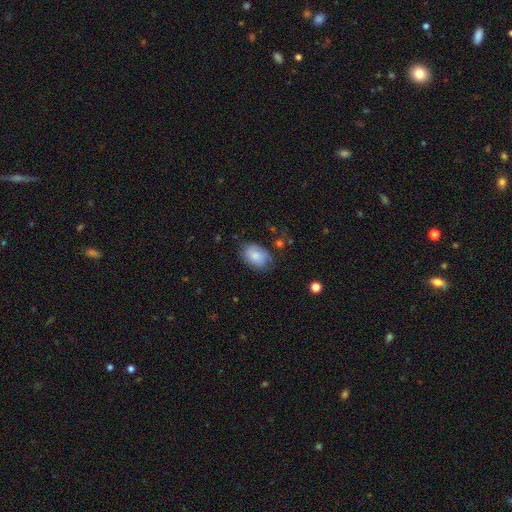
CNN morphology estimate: smooth_or_featured: smooth (p=0.80) [alt: featured or disk p=0.13]
how_rounded: in between (p=0.81) [alt: round p=0.18]
merging: none (p=0.70) [alt: minor disturbance p=0.22]